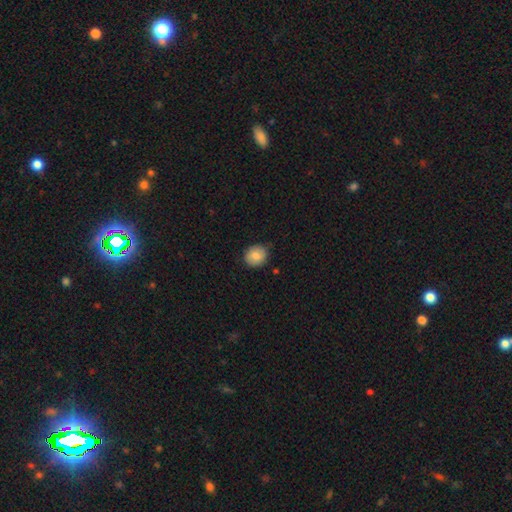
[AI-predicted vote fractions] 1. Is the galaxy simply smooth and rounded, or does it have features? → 83% smooth, 9% featured or disk, 8% star or artifact.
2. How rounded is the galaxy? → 78% round, 21% in between, 1% cigar-shaped.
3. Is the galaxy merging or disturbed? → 81% none, 15% minor disturbance, 2% major disturbance, 1% merger.